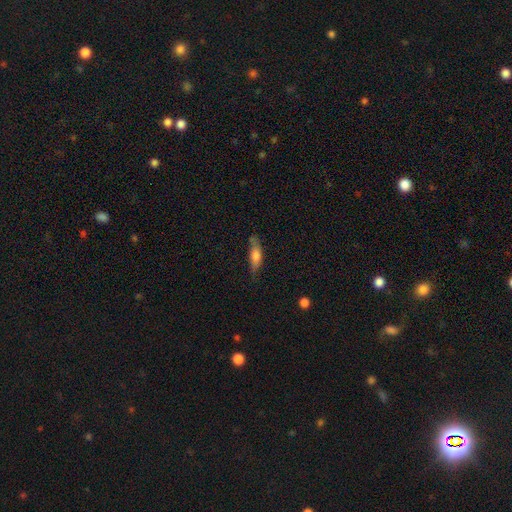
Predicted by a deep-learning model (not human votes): Smooth or featured? Predicted: smooth (p=0.67). How rounded? Predicted: cigar-shaped (p=0.50). Merging? Predicted: none (p=0.64).